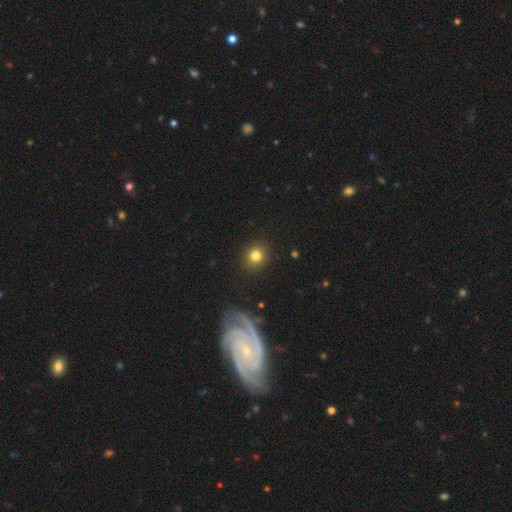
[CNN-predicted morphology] The model was most divided on "smooth or featured": smooth: 81%, star or artifact: 12%, featured or disk: 7%. More confident: merging — none (90%); how rounded — round (87%).